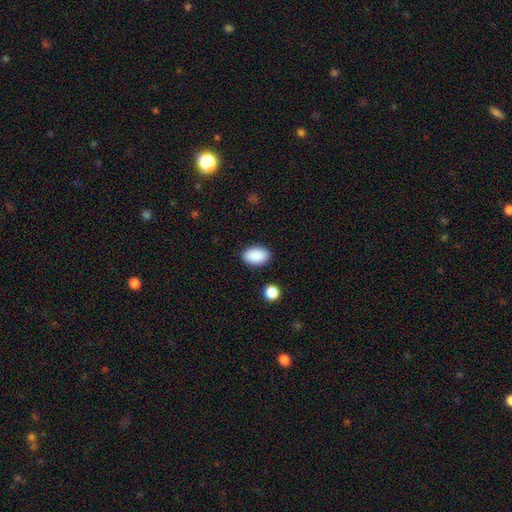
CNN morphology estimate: Overall: smooth (90%). How rounded: in between (92%). Merging: none (88%).